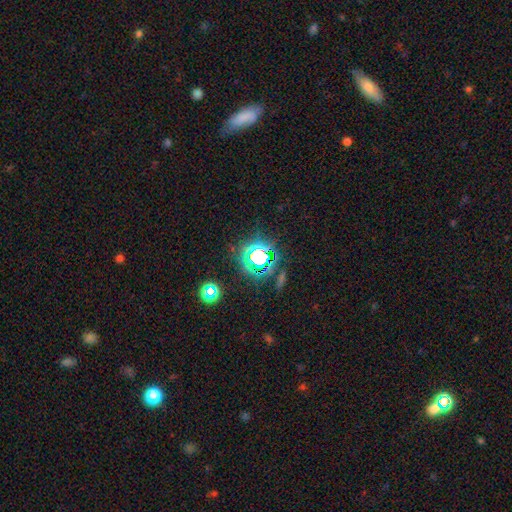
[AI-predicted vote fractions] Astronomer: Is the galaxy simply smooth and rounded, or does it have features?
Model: star or artifact — 70%.